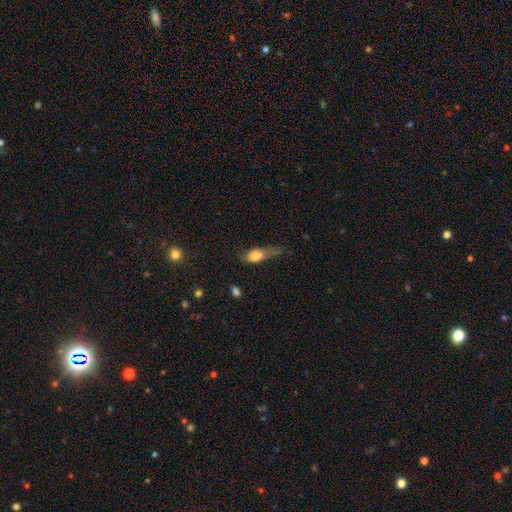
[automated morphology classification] smooth_or_featured: smooth (p=0.74) [alt: featured or disk p=0.17]
how_rounded: in between (p=0.70) [alt: cigar-shaped p=0.16]
merging: major disturbance (p=0.43) [alt: minor disturbance p=0.30]